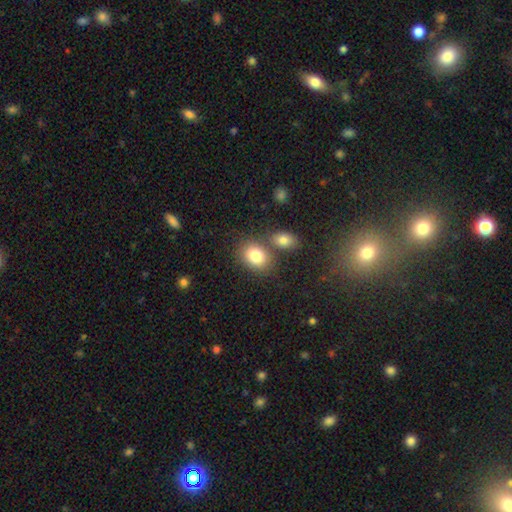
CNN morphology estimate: Q: Smooth or featured?
A: smooth (82%); runner-up: featured or disk (9%)
Q: How rounded?
A: in between (62%); runner-up: round (37%)
Q: Merging?
A: none (62%); runner-up: merger (23%)